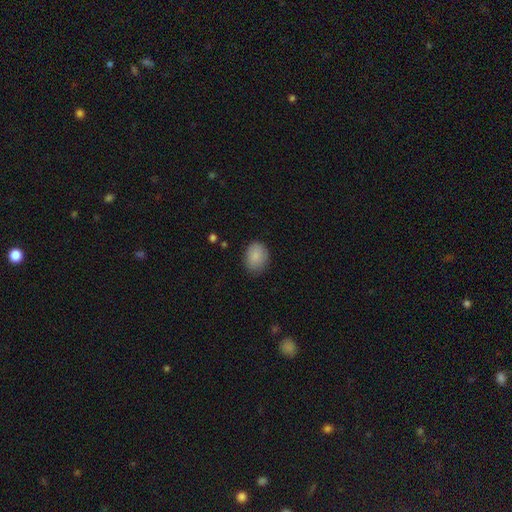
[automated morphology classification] Overall: smooth (87%). How rounded: in between (62%; round 37%). Merging: none (79%).